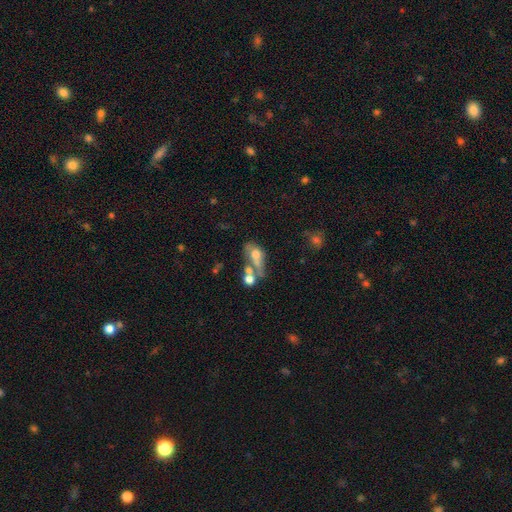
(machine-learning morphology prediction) Smooth or featured? Predicted: smooth (p=0.48). Merging? Predicted: merger (p=0.47).